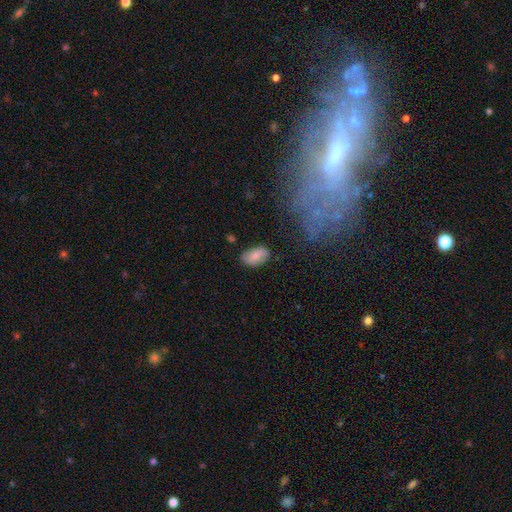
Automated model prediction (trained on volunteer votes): A smooth galaxy with no disk features (72%) that is in between round and cigar-shaped (92%). Merging: none (79%).